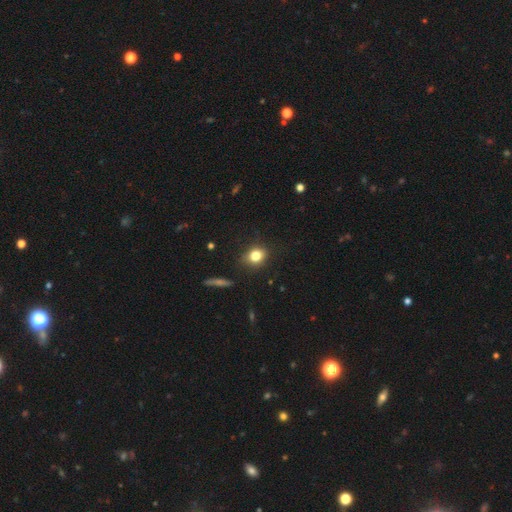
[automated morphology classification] smooth_or_featured: smooth (p=0.81) [alt: star or artifact p=0.11]
how_rounded: round (p=0.57) [alt: in between p=0.41]
merging: none (p=0.84) [alt: minor disturbance p=0.12]